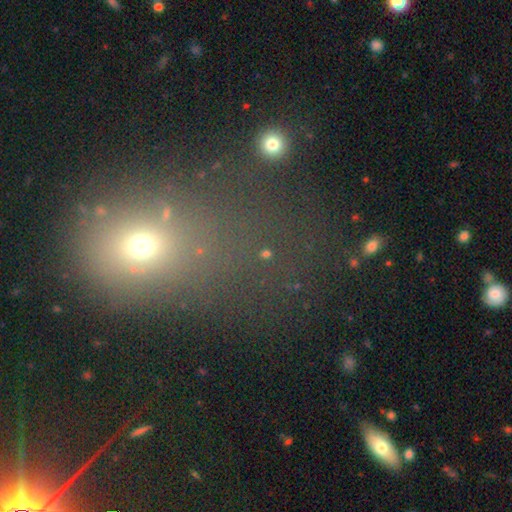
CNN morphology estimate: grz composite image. It shows a smooth galaxy with no disk features (51%) that is in between round and cigar-shaped (50%). Merging: none (58%).